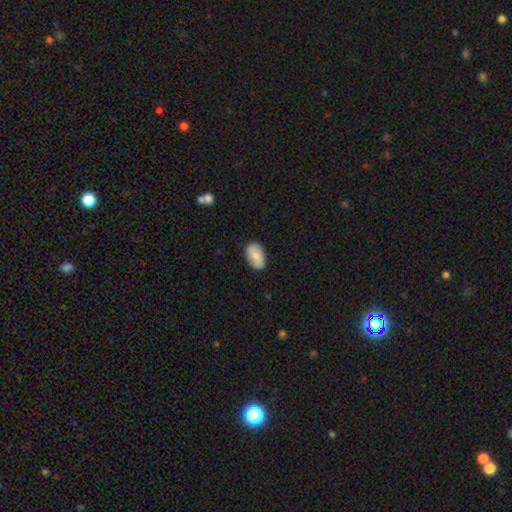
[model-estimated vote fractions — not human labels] Smooth or featured: smooth — 71% (featured or disk — 23%)
How rounded: in between — 93% (round — 5%)
Merging: none — 84% (minor disturbance — 13%)